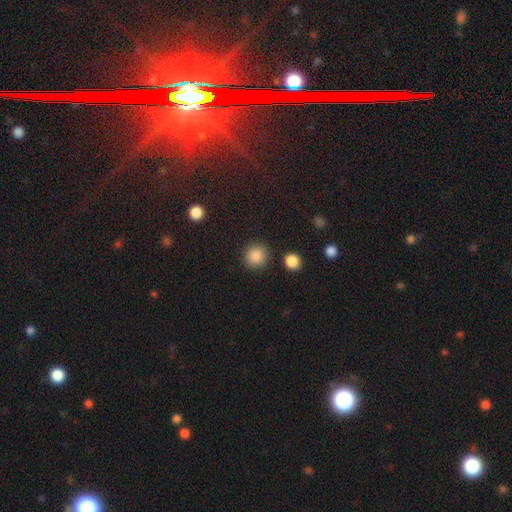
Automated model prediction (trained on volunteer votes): smooth 87%, star or artifact 9%, featured or disk 4%. Down the decision tree: how rounded — round (91%); merging — none (88%).